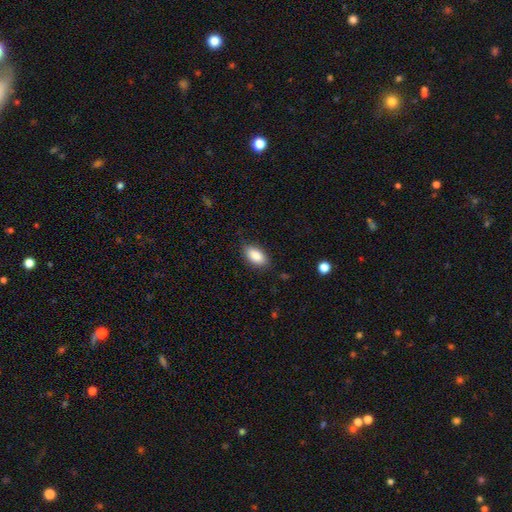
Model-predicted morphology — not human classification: This appears to be a smooth galaxy with no disk features (87%) that is in between round and cigar-shaped (92%). Merging: none (82%).